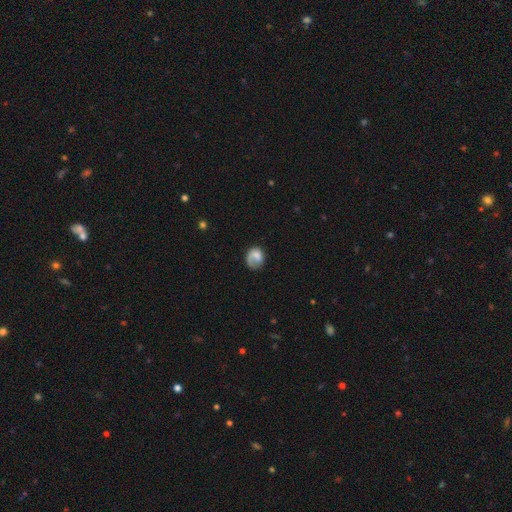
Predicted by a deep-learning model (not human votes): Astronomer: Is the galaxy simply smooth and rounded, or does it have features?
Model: smooth — 56% (runner-up: featured or disk, 36%).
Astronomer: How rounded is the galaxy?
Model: round — 55% (runner-up: in between, 44%).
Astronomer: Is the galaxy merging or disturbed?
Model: none — 44% (runner-up: major disturbance, 30%).